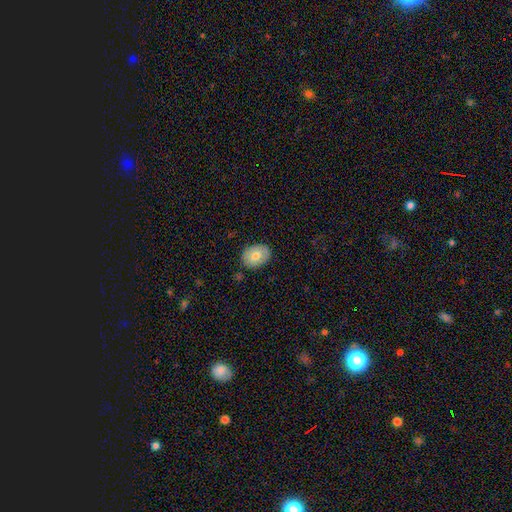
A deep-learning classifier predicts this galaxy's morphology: type=smooth (67%); roundness=in between (74%); merging=none (83%).